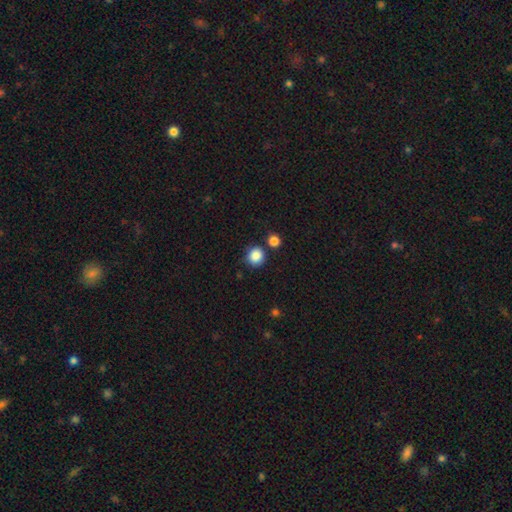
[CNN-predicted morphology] smooth_or_featured: smooth (p=0.87) [alt: star or artifact p=0.10]
how_rounded: round (p=0.89) [alt: in between p=0.11]
merging: none (p=0.79) [alt: minor disturbance p=0.10]